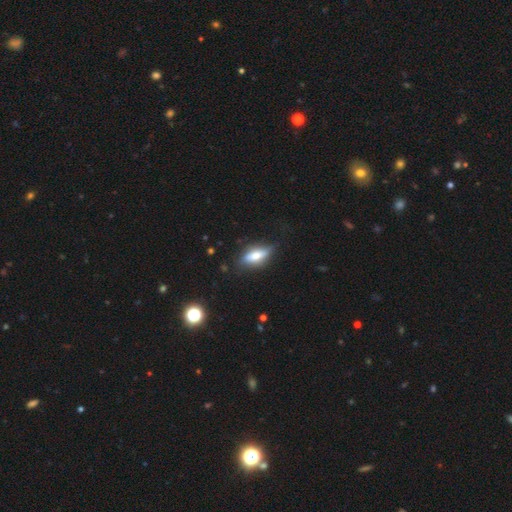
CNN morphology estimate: This appears to be a smooth galaxy with no disk features (59%) that is in between round and cigar-shaped (69%). Merging: none (71%).